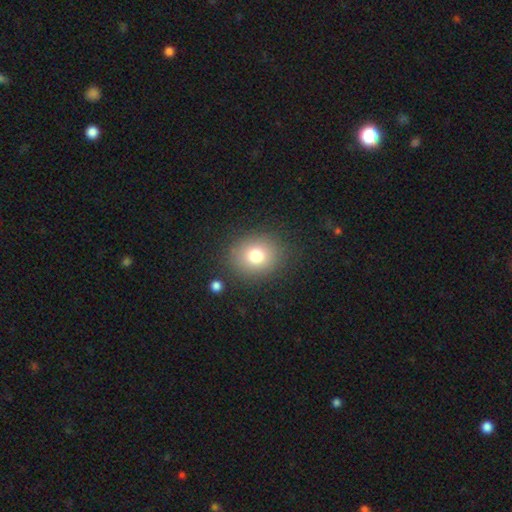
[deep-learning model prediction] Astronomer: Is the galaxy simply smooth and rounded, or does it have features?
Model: smooth — 77%.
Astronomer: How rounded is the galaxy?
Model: round — 74%.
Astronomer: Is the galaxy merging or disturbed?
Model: none — 85%.